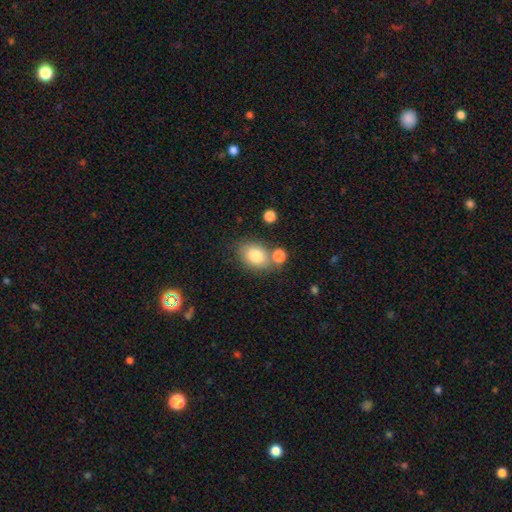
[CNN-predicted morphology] Q: Smooth or featured?
A: smooth (81%); runner-up: featured or disk (10%)
Q: How rounded?
A: in between (76%); runner-up: round (22%)
Q: Merging?
A: none (65%); runner-up: minor disturbance (15%)